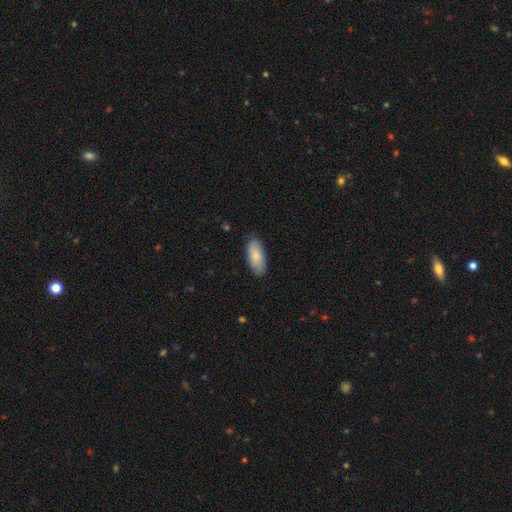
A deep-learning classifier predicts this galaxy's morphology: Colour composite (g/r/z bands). It shows a smooth galaxy with no disk features (83%) that is in between round and cigar-shaped (88%). Merging: none (85%).